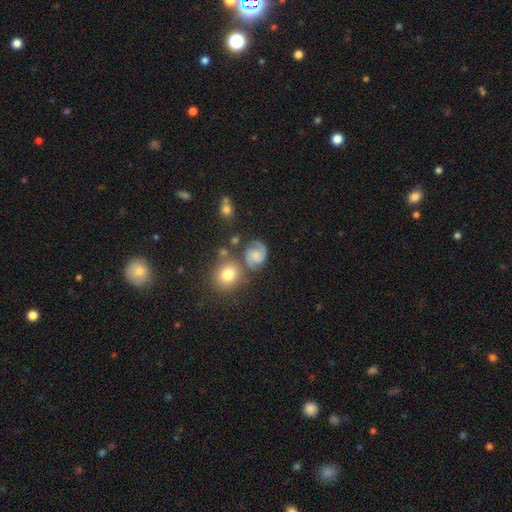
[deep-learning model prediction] smooth-or-featured: featured or disk: 72% | smooth: 19% | star or artifact: 8%
  disk-edge-on: no: 98% | yes: 2%
    bar: no: 57% | weak: 36% | strong: 7%
    has-spiral-arms: yes: 95% | no: 5%
      spiral-winding: medium: 53% | tight: 31% | loose: 16%
      spiral-arm-count: 2: 87% | can't tell: 5% | 1: 4% | 3: 2% | 4: 1% | more than 4: 1%
    bulge-size: small: 36% | moderate: 28% | none: 27% | large: 6% | dominant: 2%
  merging: none: 64% | minor disturbance: 18% | merger: 10% | major disturbance: 9%